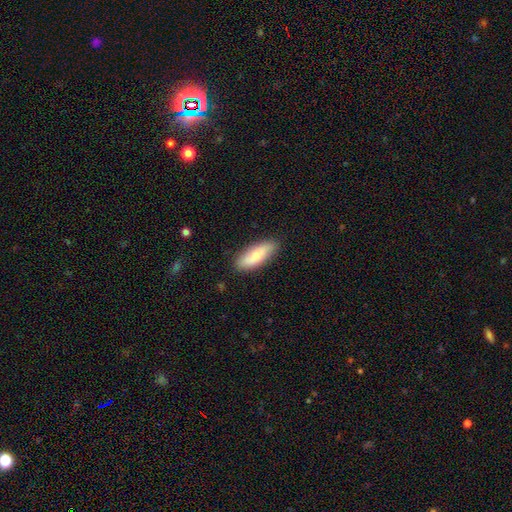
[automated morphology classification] Smooth or featured? smooth (75%)
How rounded? in between (62%)
Merging? none (84%)